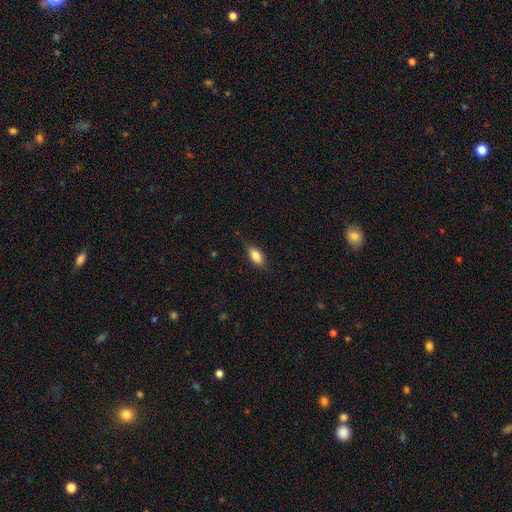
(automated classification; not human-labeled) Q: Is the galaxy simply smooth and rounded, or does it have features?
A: smooth — 83%.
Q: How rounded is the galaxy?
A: in between — 86%.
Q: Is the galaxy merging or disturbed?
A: none — 80%.